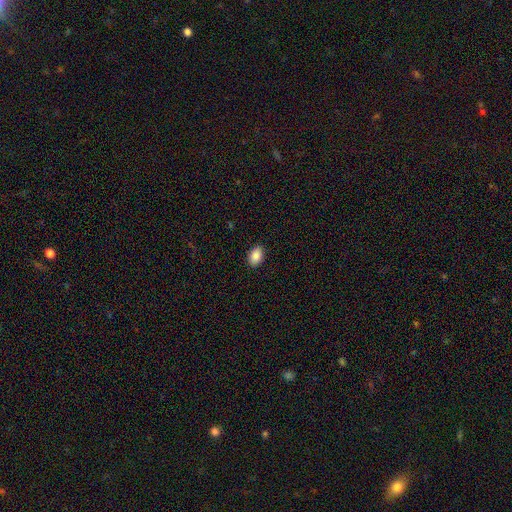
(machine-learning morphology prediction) Q: Smooth or featured?
A: smooth (89%); runner-up: star or artifact (7%)
Q: How rounded?
A: in between (89%); runner-up: round (10%)
Q: Merging?
A: none (89%); runner-up: minor disturbance (8%)